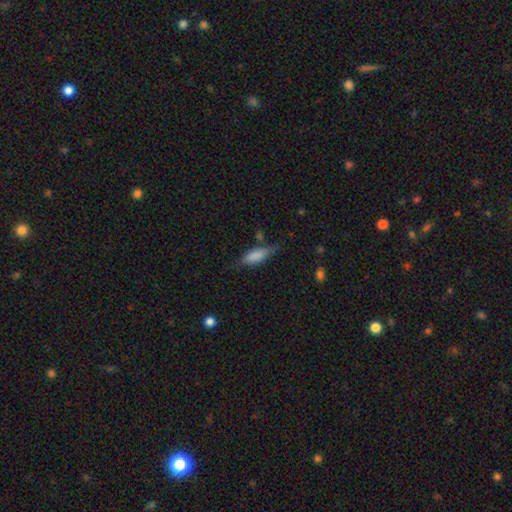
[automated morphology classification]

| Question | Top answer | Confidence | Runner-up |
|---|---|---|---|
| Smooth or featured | smooth | 80% | featured or disk (13%) |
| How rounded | in between | 69% | cigar-shaped (29%) |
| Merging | none | 58% | minor disturbance (29%) |